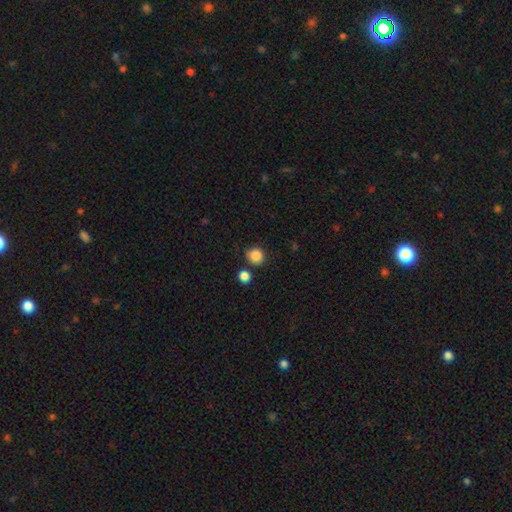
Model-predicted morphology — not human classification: Smooth or featured? smooth (87%)
How rounded? round (88%)
Merging? none (80%)